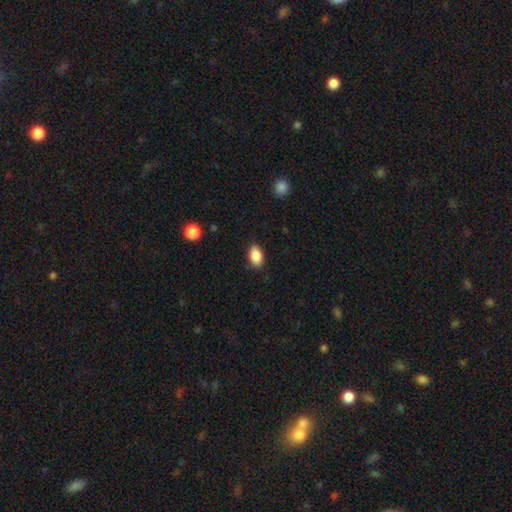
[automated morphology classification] Smooth or featured? smooth (88%)
How rounded? in between (92%)
Merging? none (87%)